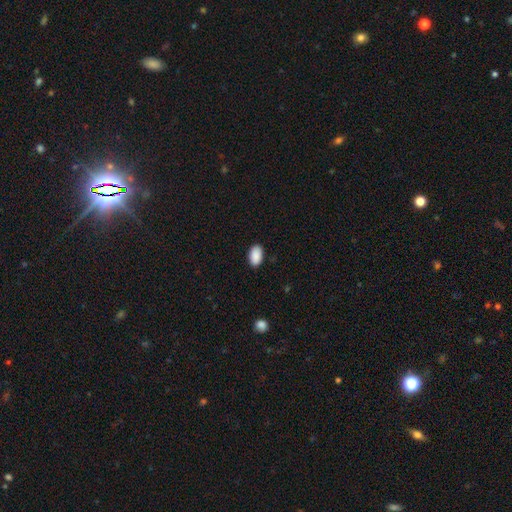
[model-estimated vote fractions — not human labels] A smooth galaxy with no disk features (91%) that is in between round and cigar-shaped (94%).

Vote fractions:
- Smooth or featured? smooth: 91% / star or artifact: 7% / featured or disk: 3%
- How rounded? in between: 94% / round: 5% / cigar-shaped: 1%
- Merging? none: 88% / minor disturbance: 9% / major disturbance: 2% / merger: 1%